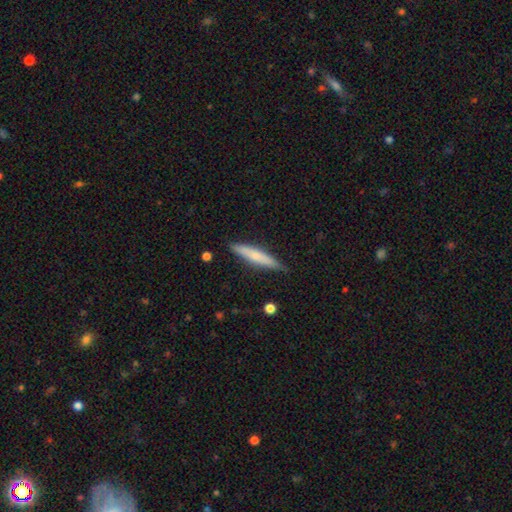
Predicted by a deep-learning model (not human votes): Smooth or featured? Predicted: smooth (p=0.60). How rounded? Predicted: cigar-shaped (p=0.90). Merging? Predicted: none (p=0.85).